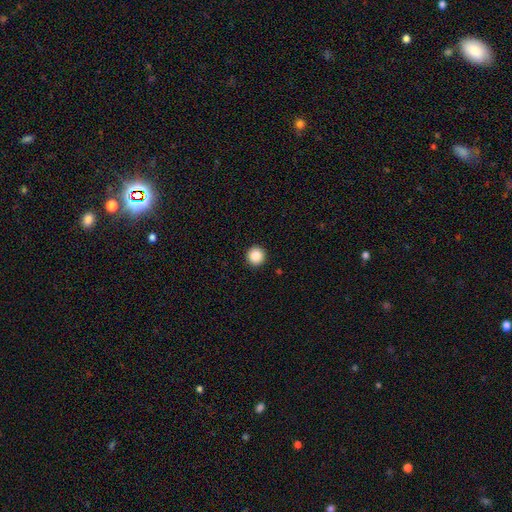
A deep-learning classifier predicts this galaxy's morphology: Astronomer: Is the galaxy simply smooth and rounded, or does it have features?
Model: smooth — 86%.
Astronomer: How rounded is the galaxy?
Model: round — 96%.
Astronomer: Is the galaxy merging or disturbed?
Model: none — 94%.